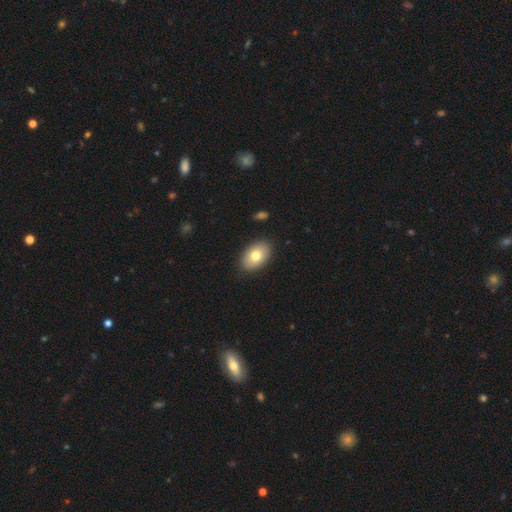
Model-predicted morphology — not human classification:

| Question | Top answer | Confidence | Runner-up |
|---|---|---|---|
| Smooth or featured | smooth | 78% | featured or disk (16%) |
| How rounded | in between | 90% | round (9%) |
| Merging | none | 88% | minor disturbance (8%) |